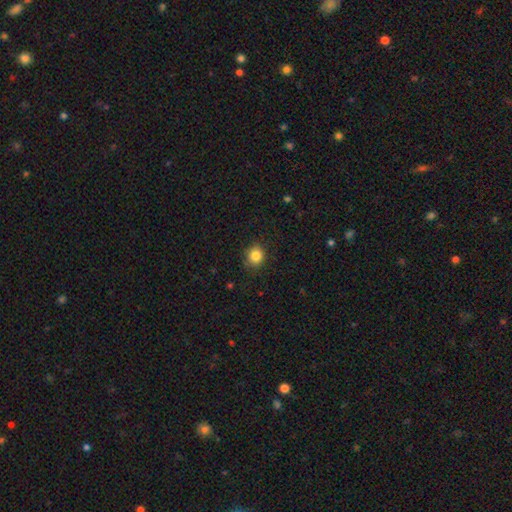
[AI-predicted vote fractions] smooth-or-featured: smooth: 84% | star or artifact: 11% | featured or disk: 5%
  how-rounded: round: 78% | in between: 21% | cigar-shaped: 1%
  merging: none: 84% | minor disturbance: 13% | major disturbance: 3% | merger: 1%